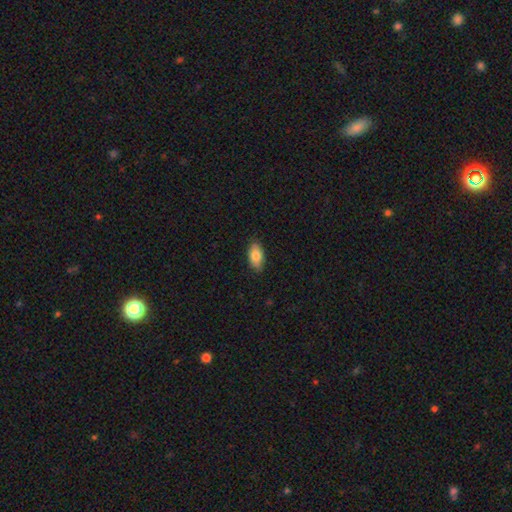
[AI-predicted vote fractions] smooth 82%, featured or disk 11%, star or artifact 7%. Down the decision tree: how rounded — in between (92%); merging — none (86%).